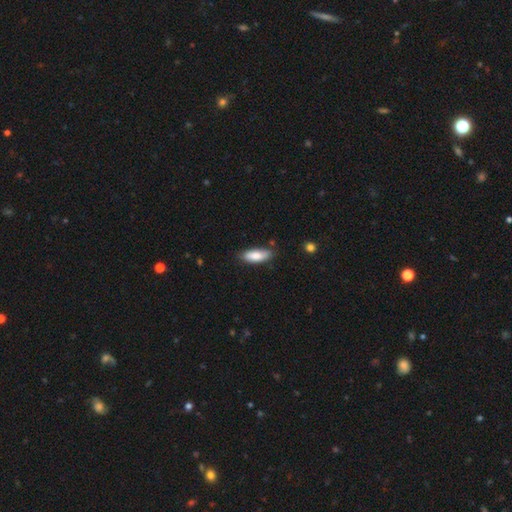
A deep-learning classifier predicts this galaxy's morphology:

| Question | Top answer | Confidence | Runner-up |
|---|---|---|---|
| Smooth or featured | smooth | 82% | featured or disk (12%) |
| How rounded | in between | 68% | cigar-shaped (30%) |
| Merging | none | 77% | minor disturbance (17%) |